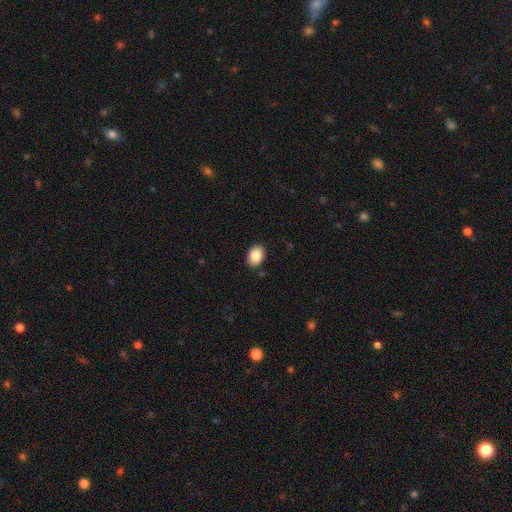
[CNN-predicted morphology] Smooth or featured? Predicted: smooth (p=0.86). How rounded? Predicted: in between (p=0.72). Merging? Predicted: none (p=0.88).